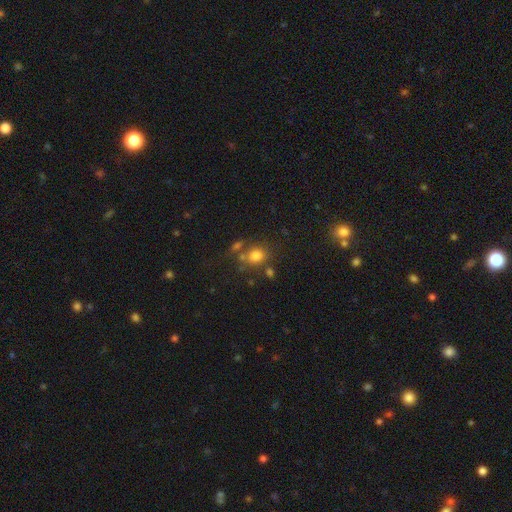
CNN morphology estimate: smooth-or-featured: smooth: 76% | star or artifact: 13% | featured or disk: 10%
  how-rounded: round: 62% | in between: 36% | cigar-shaped: 1%
  merging: none: 60% | merger: 19% | minor disturbance: 14% | major disturbance: 7%